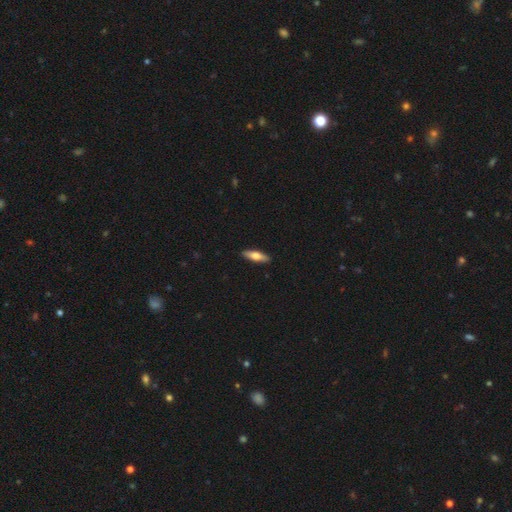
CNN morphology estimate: The model was most divided on "how rounded": cigar-shaped: 52%, in between: 45%, round: 2%. More confident: merging — none (91%); smooth or featured — smooth (66%).